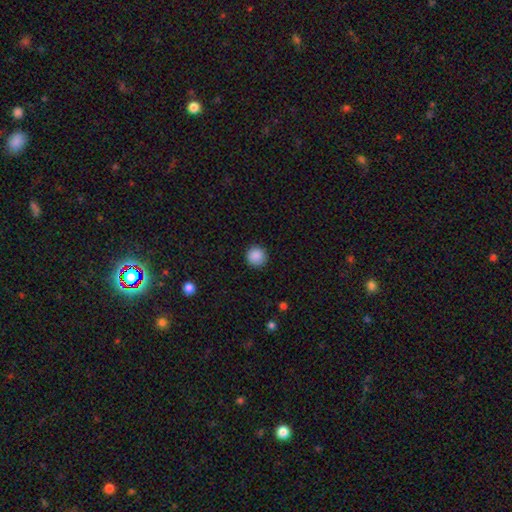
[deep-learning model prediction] This is clearly a smooth galaxy (89%). How rounded: clearly round (95%). Merging: clearly none (91%).